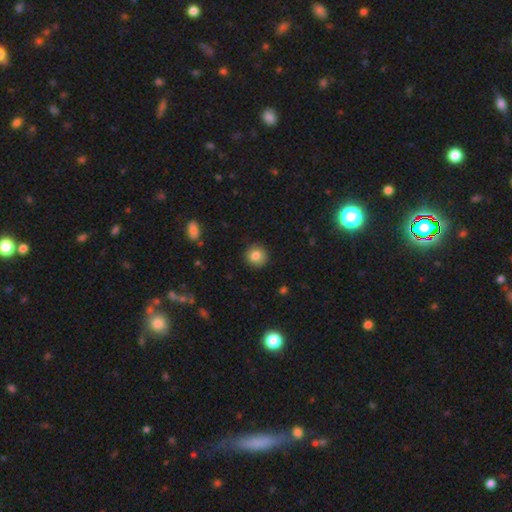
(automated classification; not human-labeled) This is clearly a smooth galaxy (83%). How rounded: clearly round (92%). Merging: clearly none (88%).